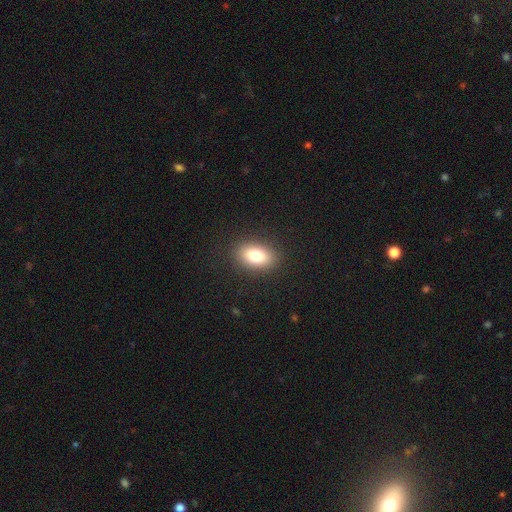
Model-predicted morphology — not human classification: The model was most divided on "smooth or featured": smooth: 81%, featured or disk: 10%, star or artifact: 9%. More confident: merging — none (88%); how rounded — in between (87%).